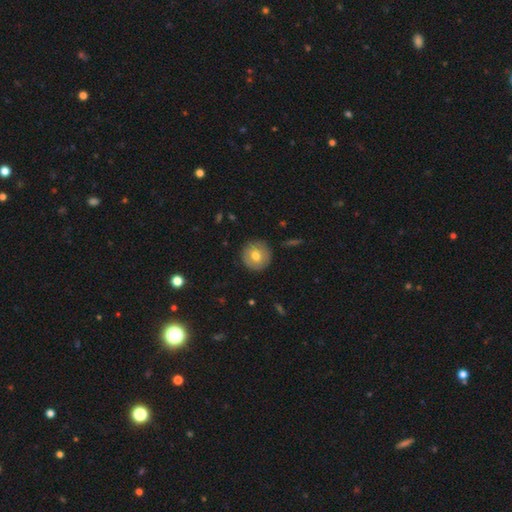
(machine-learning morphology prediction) type=smooth (69%); roundness=round (95%); merging=none (90%).